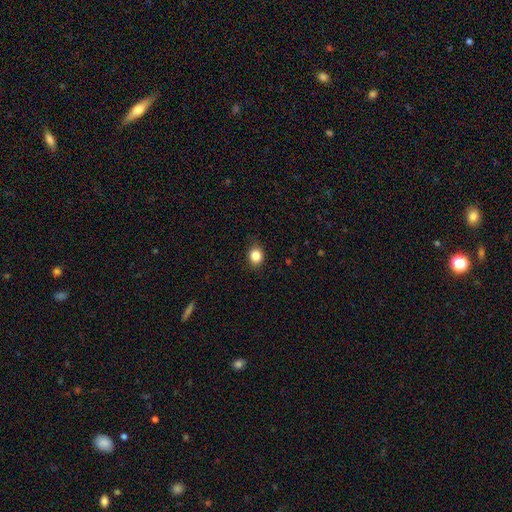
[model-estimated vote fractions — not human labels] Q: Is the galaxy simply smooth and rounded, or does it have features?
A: smooth — 84%.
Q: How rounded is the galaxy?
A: round — 64%.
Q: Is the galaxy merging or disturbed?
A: none — 85%.